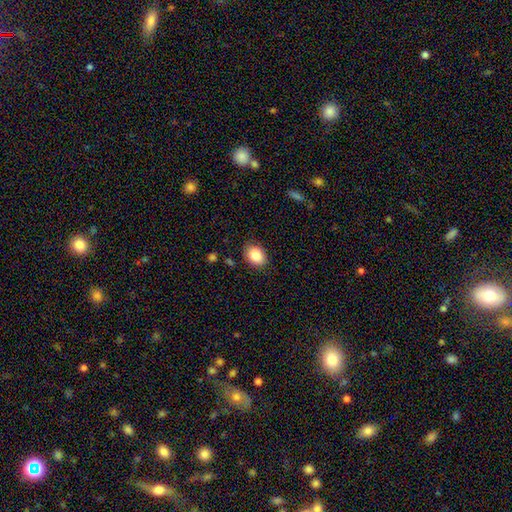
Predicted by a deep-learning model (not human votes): Smooth or featured? Predicted: smooth (p=0.86). How rounded? Predicted: in between (p=0.69). Merging? Predicted: none (p=0.85).